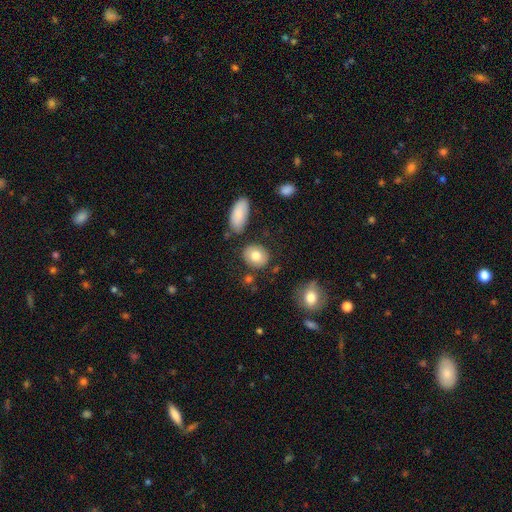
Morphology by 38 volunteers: Smooth or featured?
  - smooth: 89% *
  - featured or disk: 8%
  - star or artifact: 3%
How rounded?
  - round: 76% *
  - in between: 21%
  - cigar-shaped: 3%
Merging?
  - none: 81% *
  - minor disturbance: 14%
  - major disturbance: 3%
  - merger: 3%